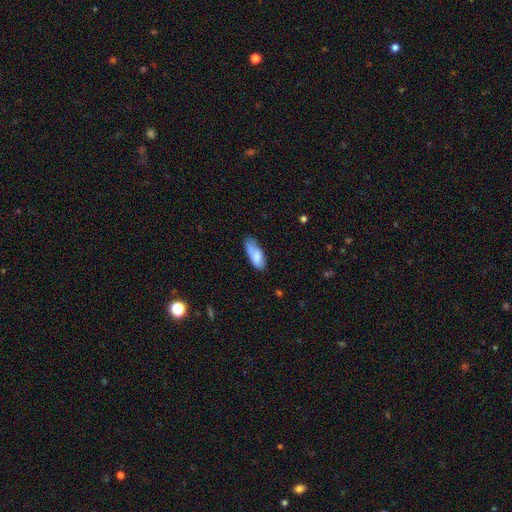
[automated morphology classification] Smooth or featured? Predicted: smooth (p=0.77). How rounded? Predicted: in between (p=0.74). Merging? Predicted: none (p=0.50).